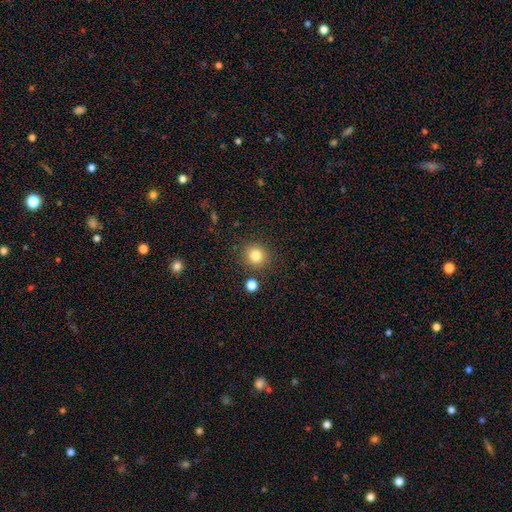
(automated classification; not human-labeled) Smooth or featured? Predicted: smooth (p=0.82). How rounded? Predicted: round (p=0.88). Merging? Predicted: none (p=0.85).